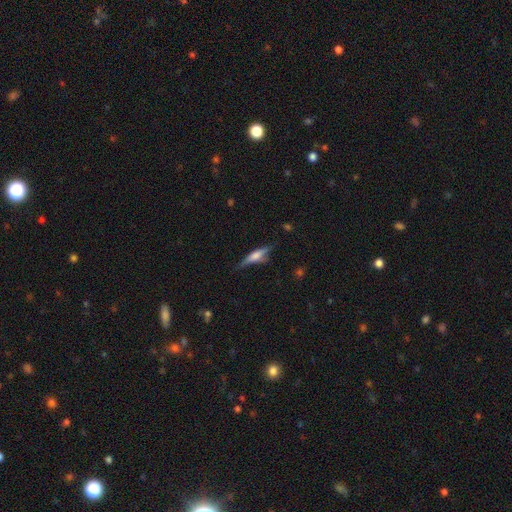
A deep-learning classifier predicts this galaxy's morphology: Smooth or featured?
  - smooth: 46% * (tied)
  - featured or disk: 46% * (tied)
  - star or artifact: 8%
Merging?
  - none: 65% *
  - minor disturbance: 24%
  - major disturbance: 8%
  - merger: 3%